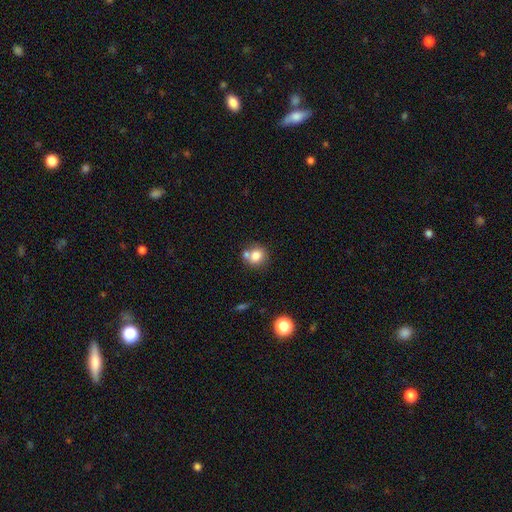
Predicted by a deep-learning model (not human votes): smooth 79%, star or artifact 10%, featured or disk 10%. Down the decision tree: how rounded — round (79%); merging — none (53%).